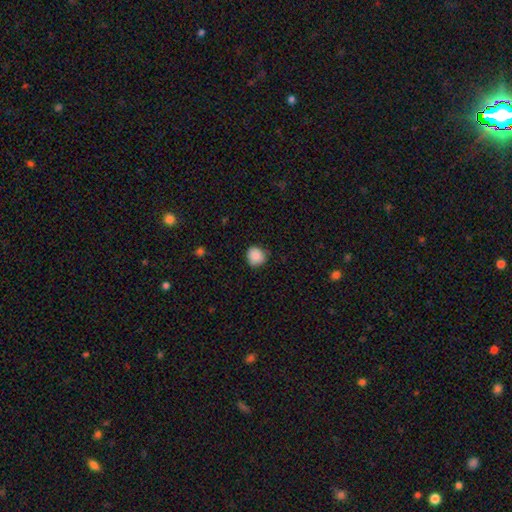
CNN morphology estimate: This is clearly a smooth galaxy (88%). How rounded: clearly round (88%). Merging: clearly none (81%).